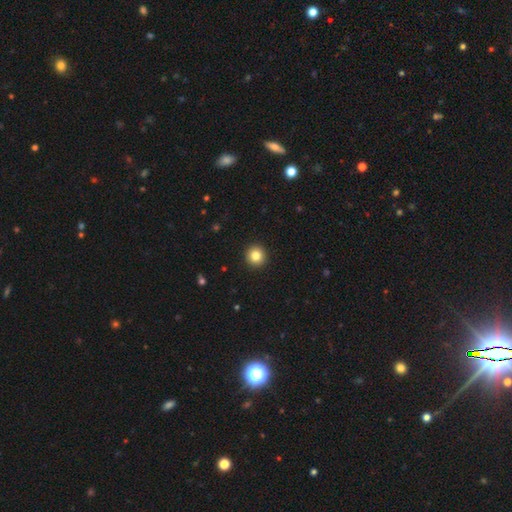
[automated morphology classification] A smooth galaxy with no disk features (84%) that is round (95%).

Vote fractions:
- Smooth or featured? smooth: 84% / star or artifact: 10% / featured or disk: 6%
- How rounded? round: 95% / in between: 4% / cigar-shaped: 1%
- Merging? none: 93% / minor disturbance: 4% / major disturbance: 1% / merger: 1%